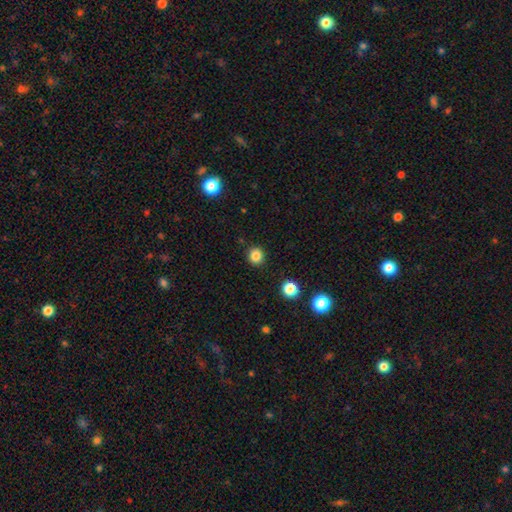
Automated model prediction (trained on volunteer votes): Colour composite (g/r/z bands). It shows a smooth galaxy with no disk features (85%) that is round (90%). Merging: none (90%).